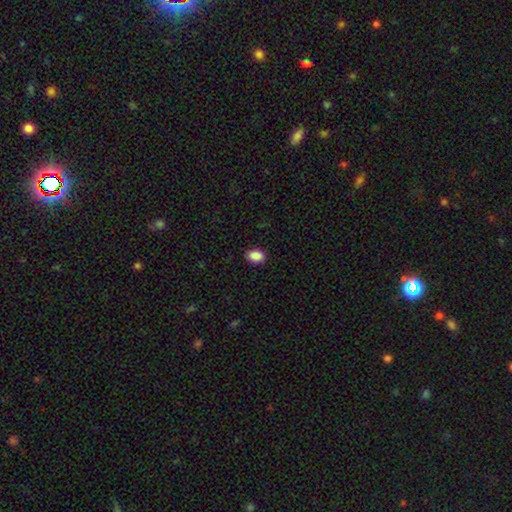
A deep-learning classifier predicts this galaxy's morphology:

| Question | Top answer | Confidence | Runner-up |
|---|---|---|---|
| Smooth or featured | smooth | 89% | star or artifact (8%) |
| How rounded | in between | 83% | round (16%) |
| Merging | none | 88% | minor disturbance (9%) |